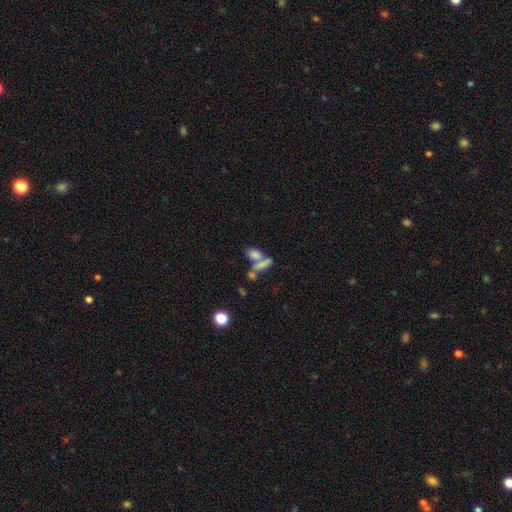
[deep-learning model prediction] This appears to be a smooth galaxy with no disk features (71%) that is in between round and cigar-shaped (72%). Merging: merger (53%).